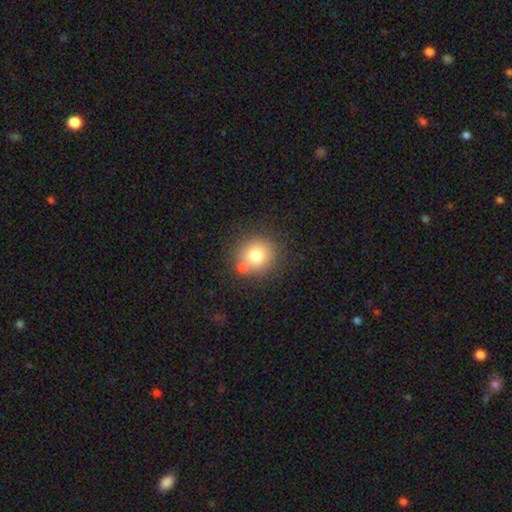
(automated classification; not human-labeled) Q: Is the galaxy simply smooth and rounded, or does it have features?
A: smooth — 76%.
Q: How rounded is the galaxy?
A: round — 88%.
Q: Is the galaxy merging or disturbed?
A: none — 73%.